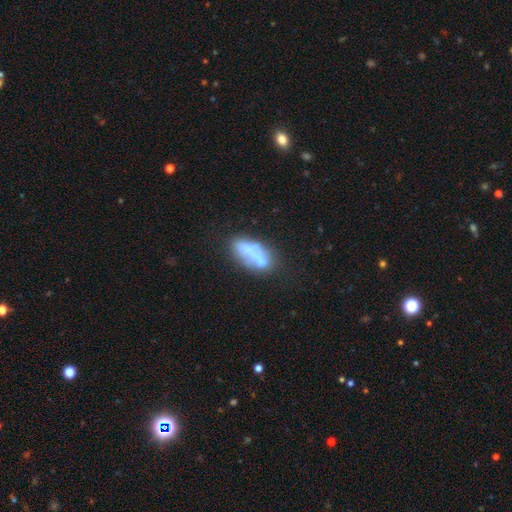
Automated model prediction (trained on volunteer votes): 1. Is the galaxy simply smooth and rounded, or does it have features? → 49% smooth, 41% featured or disk, 10% star or artifact.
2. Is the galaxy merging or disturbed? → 49% none, 22% minor disturbance, 15% merger, 14% major disturbance.